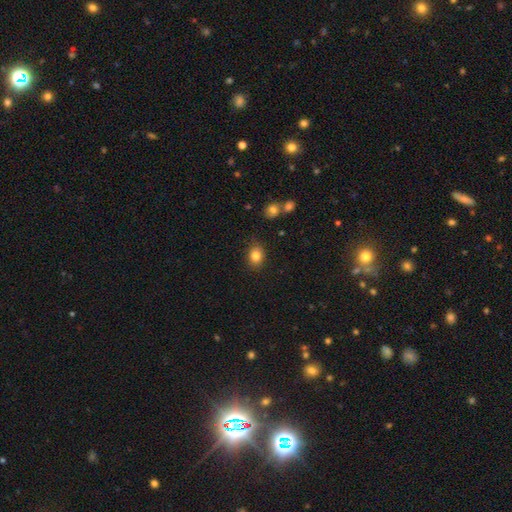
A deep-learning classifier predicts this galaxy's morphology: The model was most divided on "how rounded": in between: 52%, round: 47%, cigar-shaped: 1%. More confident: merging — none (84%); smooth or featured — smooth (83%).